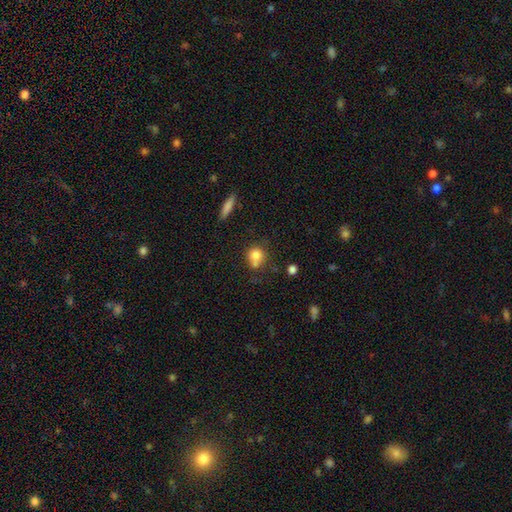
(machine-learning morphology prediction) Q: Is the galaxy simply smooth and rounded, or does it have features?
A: smooth — 77%.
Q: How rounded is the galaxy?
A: round — 78%.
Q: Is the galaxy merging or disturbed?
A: none — 45%.